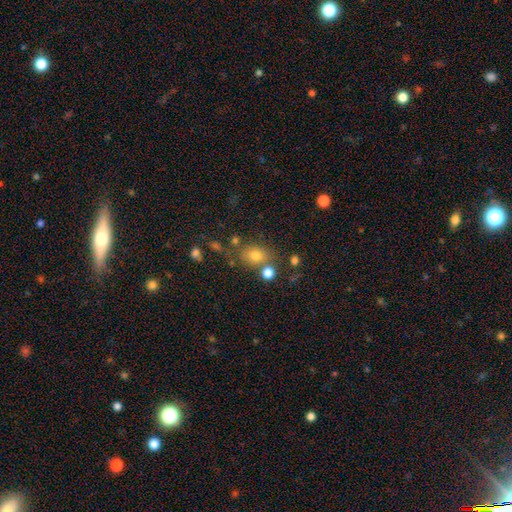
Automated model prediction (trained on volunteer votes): The model was most divided on "how rounded": in between: 55%, round: 44%, cigar-shaped: 1%. More confident: smooth or featured — smooth (74%); merging — none (68%).